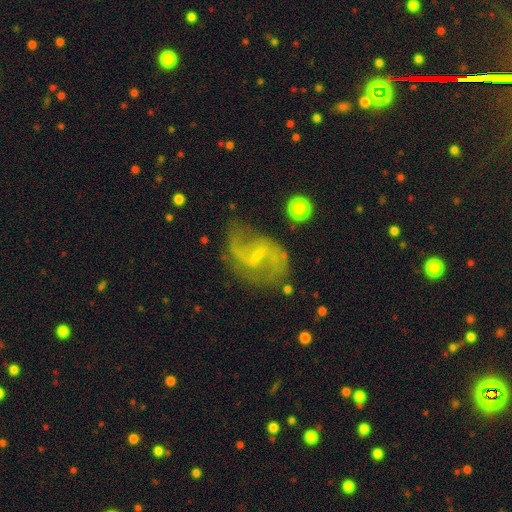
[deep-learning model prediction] Smooth or featured: featured or disk — 86% (smooth — 8%)
Edge-on disk: no — 98% (yes — 2%)
Bar: weak — 59% (no — 22%)
Spiral arms: yes — 94% (no — 6%)
Spiral winding: loose — 51% (medium — 40%)
Spiral arm count: 2 — 90% (can't tell — 4%)
Bulge size: small — 69% (moderate — 16%)
Merging: none — 67% (minor disturbance — 20%)